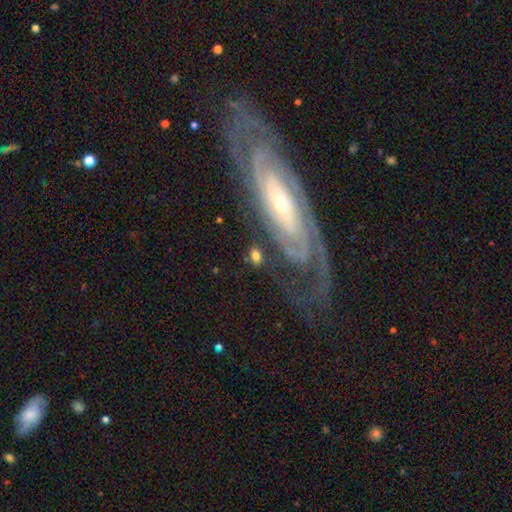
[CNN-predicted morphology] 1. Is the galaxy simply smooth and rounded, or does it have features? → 62% smooth, 27% featured or disk, 11% star or artifact.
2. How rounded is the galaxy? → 63% in between, 32% round, 5% cigar-shaped.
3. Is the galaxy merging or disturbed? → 74% none, 14% minor disturbance, 7% major disturbance, 6% merger.